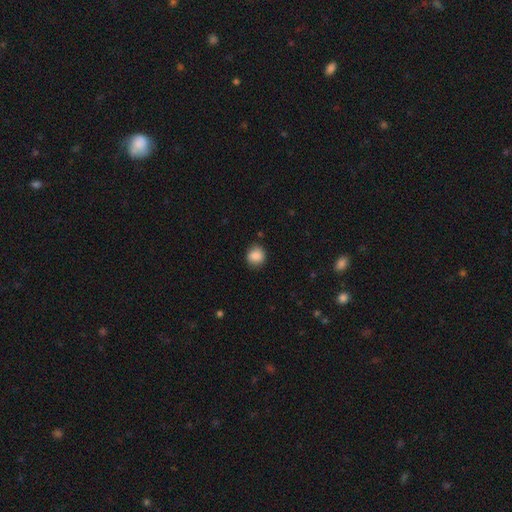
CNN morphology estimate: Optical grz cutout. It shows a smooth galaxy with no disk features (87%) that is round (85%). Merging: none (84%).